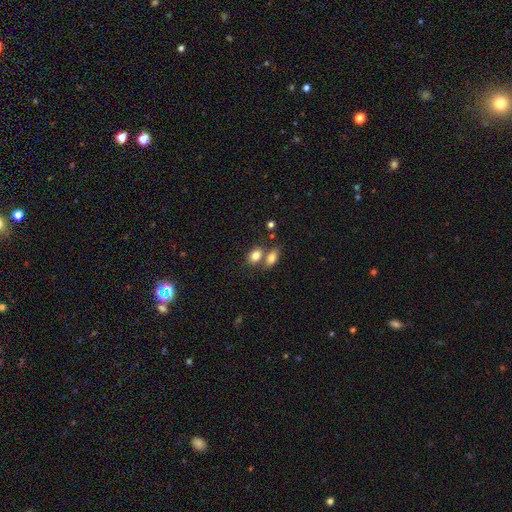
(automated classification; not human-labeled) smooth 82%, featured or disk 9%, star or artifact 9%. Down the decision tree: how rounded — in between (78%); merging — merger (44%).